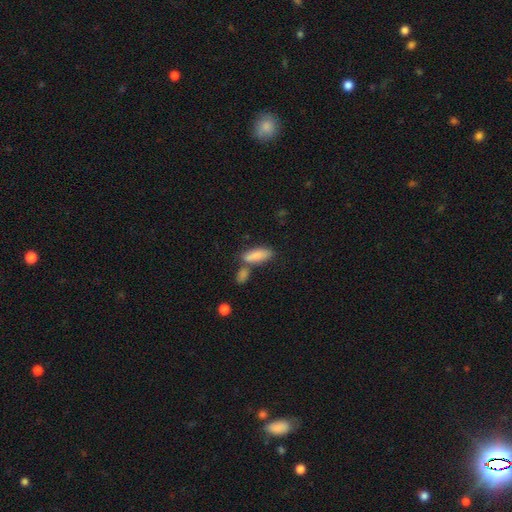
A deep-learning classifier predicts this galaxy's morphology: smooth-or-featured: smooth: 85% | featured or disk: 8% | star or artifact: 7%
  how-rounded: in between: 67% | cigar-shaped: 31% | round: 3%
  merging: none: 50% | merger: 33% | minor disturbance: 13% | major disturbance: 5%